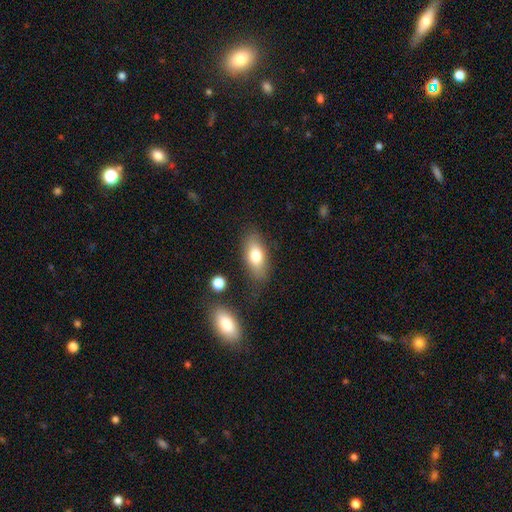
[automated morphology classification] smooth 76%, featured or disk 17%, star or artifact 7%. Down the decision tree: how rounded — in between (82%); merging — none (78%).